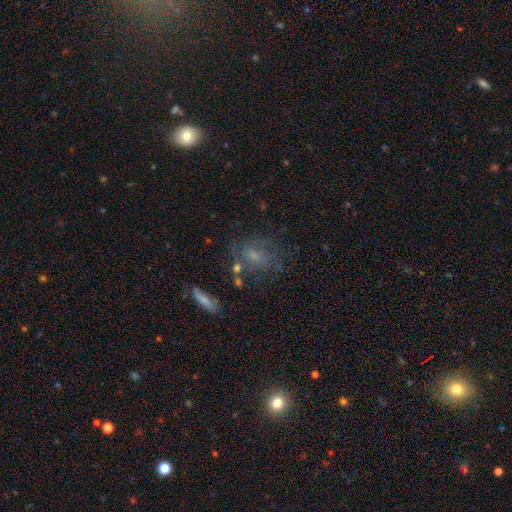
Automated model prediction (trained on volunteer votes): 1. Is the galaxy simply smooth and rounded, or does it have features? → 55% featured or disk, 33% smooth, 12% star or artifact.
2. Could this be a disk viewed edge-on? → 96% no, 4% yes.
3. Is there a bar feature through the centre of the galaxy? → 58% no, 35% weak, 7% strong.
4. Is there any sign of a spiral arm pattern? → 74% yes, 26% no.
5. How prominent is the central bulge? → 48% small, 36% moderate, 12% none, 4% large, 1% dominant.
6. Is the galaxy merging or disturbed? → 57% none, 19% minor disturbance, 16% major disturbance, 8% merger.